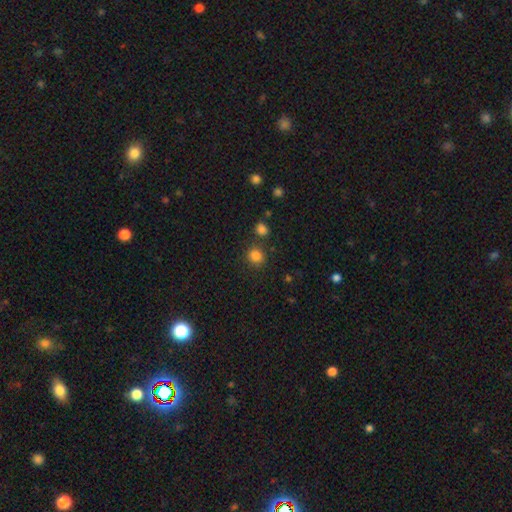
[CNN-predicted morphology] A smooth galaxy with no disk features (83%) that is round (85%). Merging: none (79%).